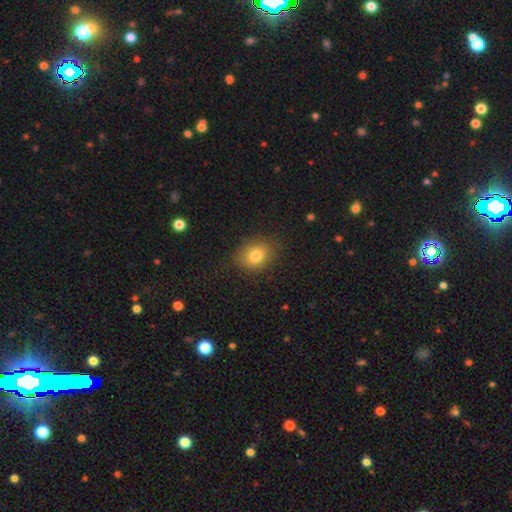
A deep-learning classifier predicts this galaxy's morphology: Smooth or featured?
  - smooth: 79% *
  - star or artifact: 11%
  - featured or disk: 10%
How rounded?
  - in between: 56% *
  - round: 43%
  - cigar-shaped: 1%
Merging?
  - none: 81% *
  - minor disturbance: 14%
  - major disturbance: 4%
  - merger: 1%